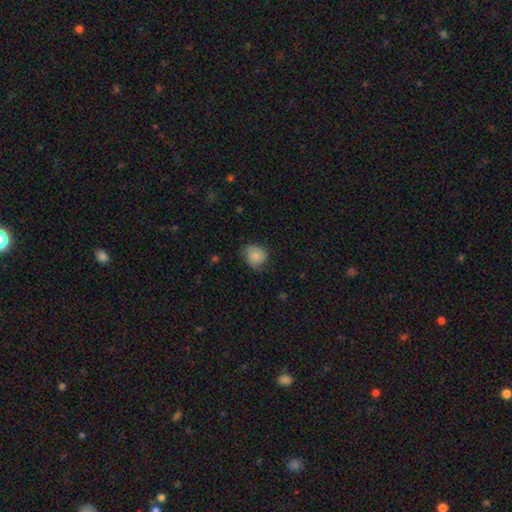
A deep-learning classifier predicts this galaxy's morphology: This appears to be a smooth galaxy with no disk features (73%) that is round (70%). Merging: none (59%).